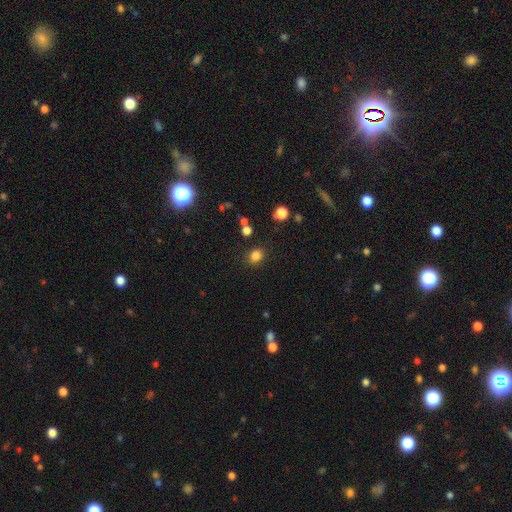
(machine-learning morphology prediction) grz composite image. It shows a smooth galaxy with no disk features (81%) that is round (68%). Merging: none (85%).